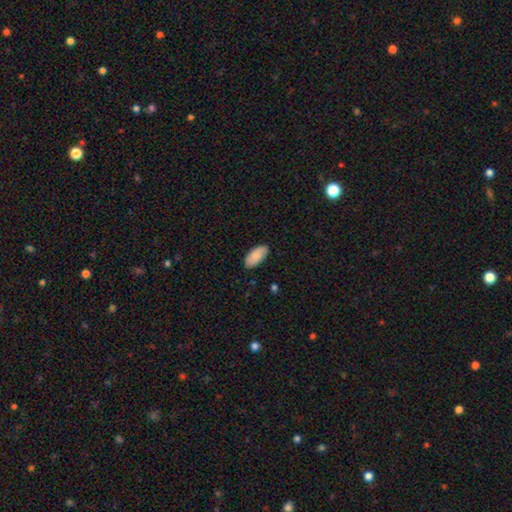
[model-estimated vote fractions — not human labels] The model was most divided on "merging": none: 88%, minor disturbance: 9%, major disturbance: 2%, merger: 1%. More confident: how rounded — in between (93%); smooth or featured — smooth (89%).